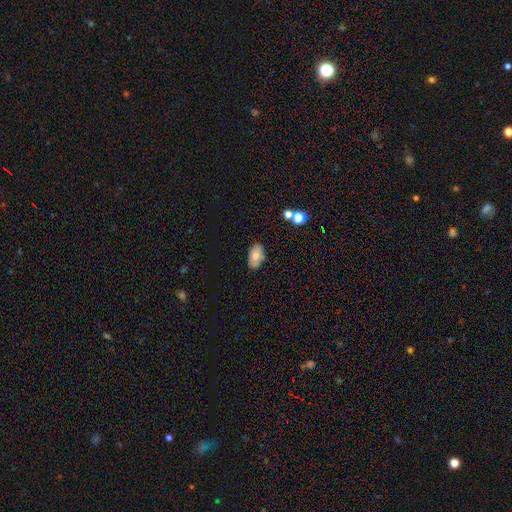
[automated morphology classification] Smooth or featured? Predicted: smooth (p=0.78). How rounded? Predicted: in between (p=0.93). Merging? Predicted: none (p=0.78).